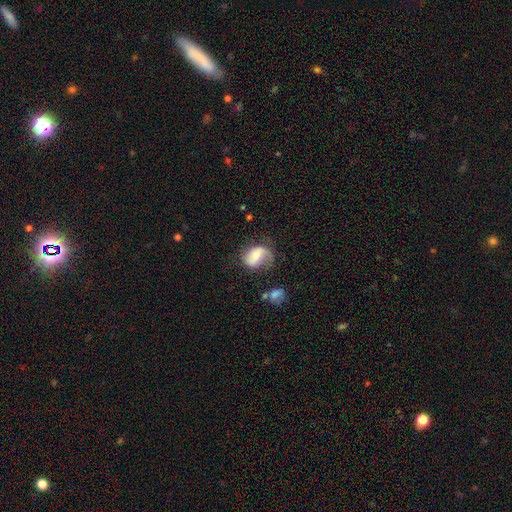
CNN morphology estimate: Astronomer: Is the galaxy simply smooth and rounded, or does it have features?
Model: featured or disk — 50% (runner-up: smooth, 42%).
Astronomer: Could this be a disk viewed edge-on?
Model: no — 96%.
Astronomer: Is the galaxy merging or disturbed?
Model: none — 47% (runner-up: minor disturbance, 30%).